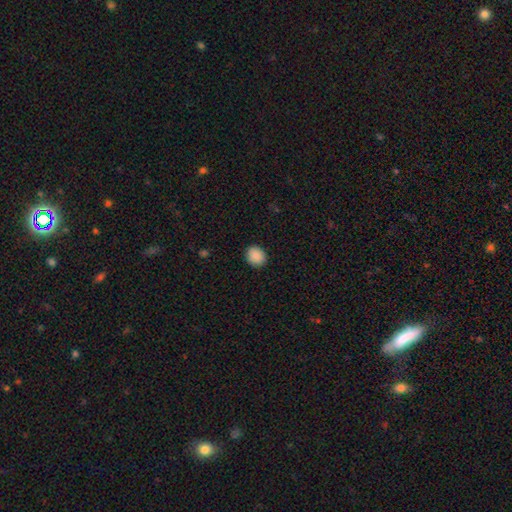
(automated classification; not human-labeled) smooth-or-featured: smooth: 89% | star or artifact: 8% | featured or disk: 2%
  how-rounded: round: 71% | in between: 28% | cigar-shaped: 1%
  merging: none: 90% | minor disturbance: 7% | major disturbance: 2% | merger: 1%